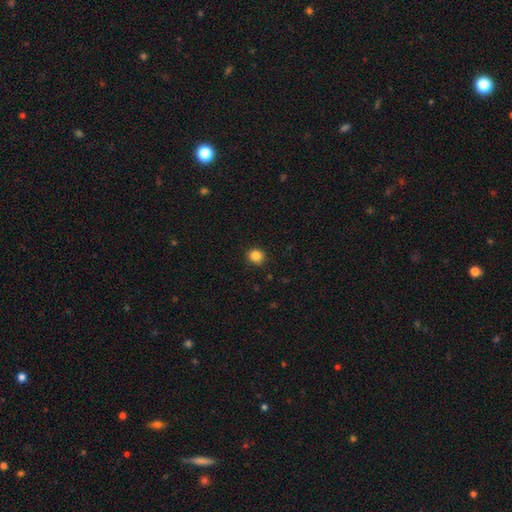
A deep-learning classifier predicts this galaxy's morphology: Overall: smooth (86%). How rounded: round (88%). Merging: none (90%).